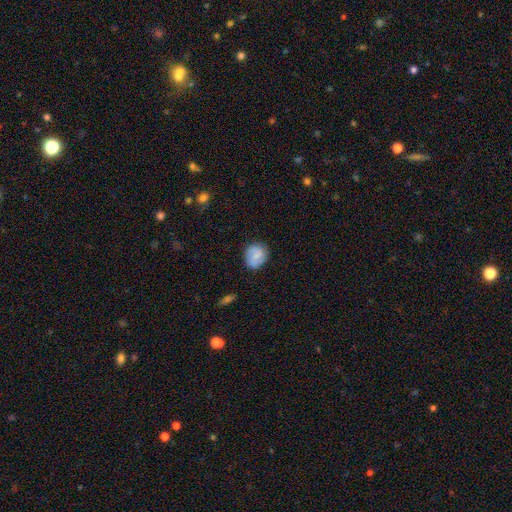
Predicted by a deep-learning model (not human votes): Smooth or featured? Predicted: smooth (p=0.64). How rounded? Predicted: round (p=0.71). Merging? Predicted: none (p=0.81).